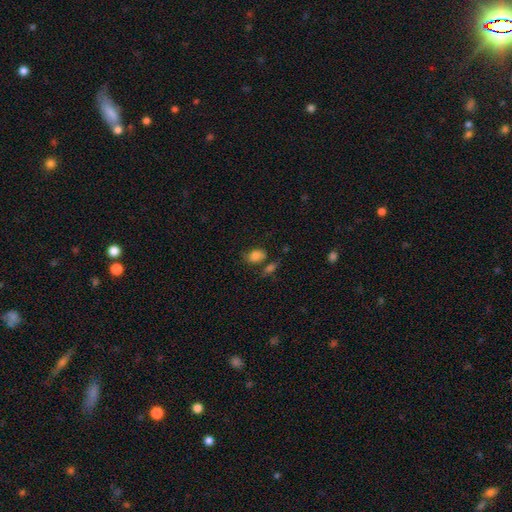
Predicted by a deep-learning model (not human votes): smooth_or_featured: smooth (p=0.82) [alt: star or artifact p=0.11]
how_rounded: in between (p=0.75) [alt: round p=0.23]
merging: none (p=0.55) [alt: minor disturbance p=0.20]